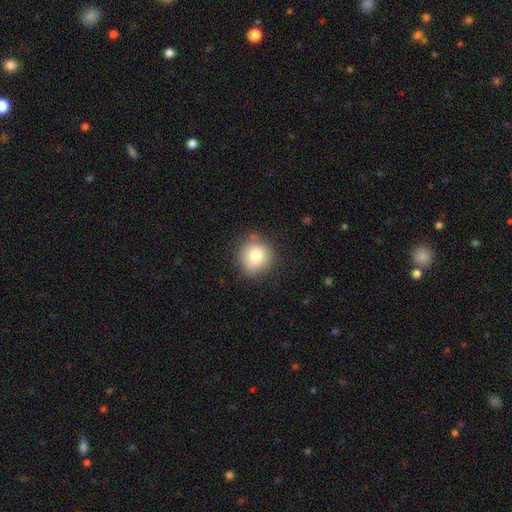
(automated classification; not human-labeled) Morphology: type=smooth (81%); roundness=round (86%); merging=none (78%).